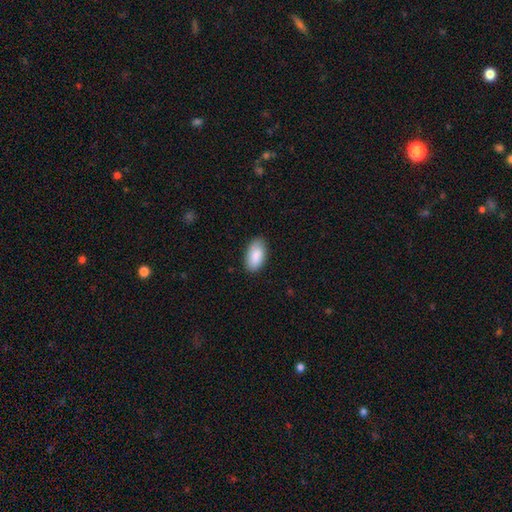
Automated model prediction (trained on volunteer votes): This appears to be a smooth galaxy with no disk features (88%) that is in between round and cigar-shaped (95%). Merging: none (83%).